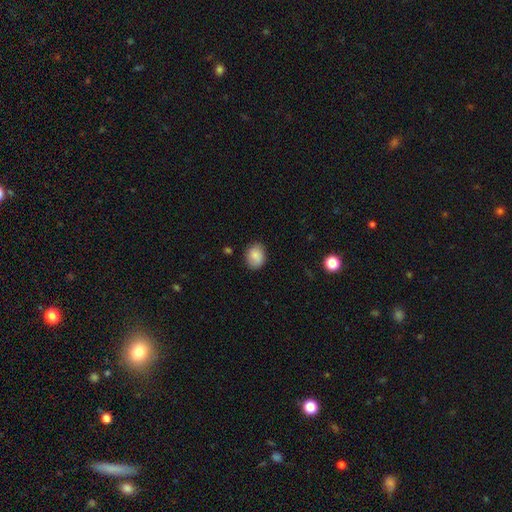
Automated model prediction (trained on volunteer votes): This is clearly a smooth galaxy (85%). How rounded: possibly in between (52%). Merging: clearly none (81%).